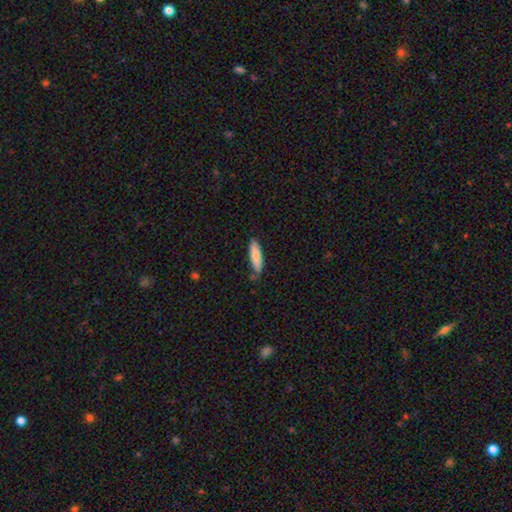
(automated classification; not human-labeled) smooth-or-featured: smooth: 78% | featured or disk: 16% | star or artifact: 6%
  how-rounded: cigar-shaped: 67% | in between: 31% | round: 1%
  merging: none: 77% | minor disturbance: 17% | merger: 3% | major disturbance: 3%